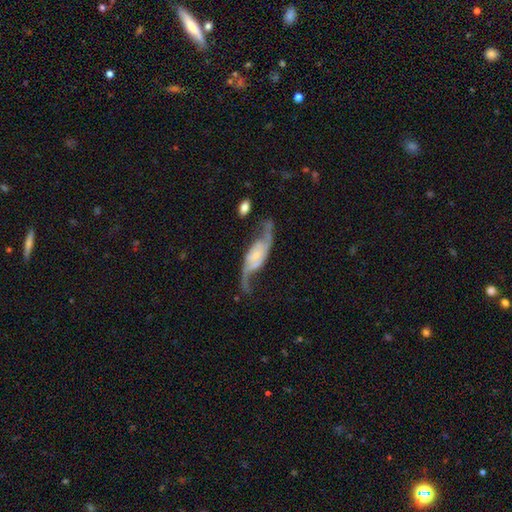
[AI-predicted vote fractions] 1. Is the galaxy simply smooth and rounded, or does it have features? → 86% featured or disk, 8% smooth, 6% star or artifact.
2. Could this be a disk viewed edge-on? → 89% no, 11% yes.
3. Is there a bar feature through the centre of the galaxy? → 51% no, 32% weak, 17% strong.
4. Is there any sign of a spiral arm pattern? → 96% yes, 4% no.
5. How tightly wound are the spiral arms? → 74% loose, 20% medium, 6% tight.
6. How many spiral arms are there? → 92% 2, 3% can't tell, 2% 1, 1% 3, 1% 4, 1% more than 4.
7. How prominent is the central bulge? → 48% small, 26% none, 18% moderate, 6% large, 2% dominant.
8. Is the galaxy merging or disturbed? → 65% none, 18% minor disturbance, 13% major disturbance, 4% merger.